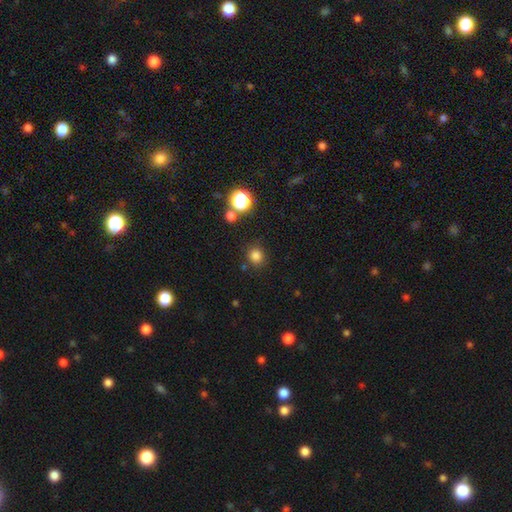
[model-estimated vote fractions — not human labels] smooth 80%, star or artifact 16%, featured or disk 4%. Down the decision tree: how rounded — round (91%); merging — none (85%).